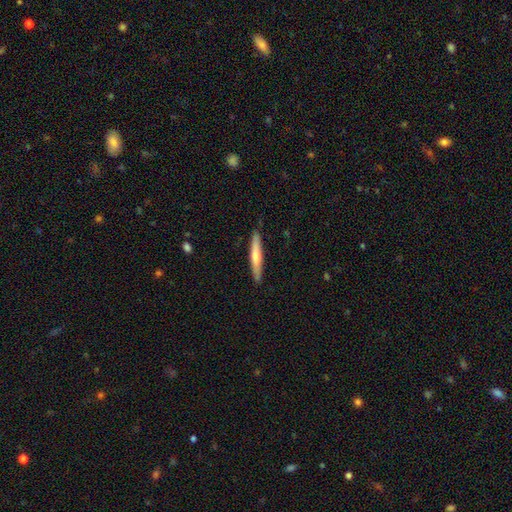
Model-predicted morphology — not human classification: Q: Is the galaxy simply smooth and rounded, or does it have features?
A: smooth — 55%.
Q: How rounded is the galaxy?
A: cigar-shaped — 94%.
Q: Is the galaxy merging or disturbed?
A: none — 88%.